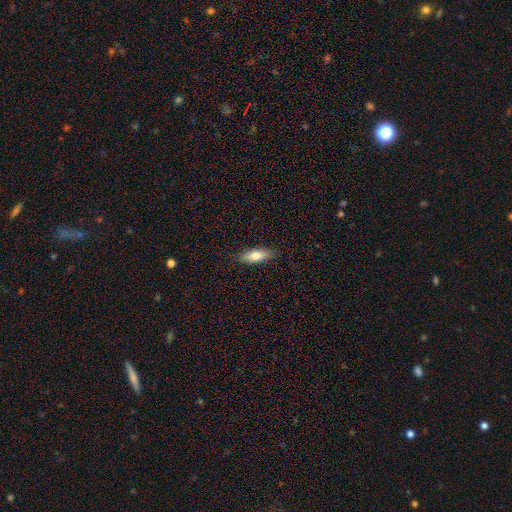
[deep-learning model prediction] A smooth galaxy with no disk features (79%) that is in between round and cigar-shaped (62%). Merging: none (86%).